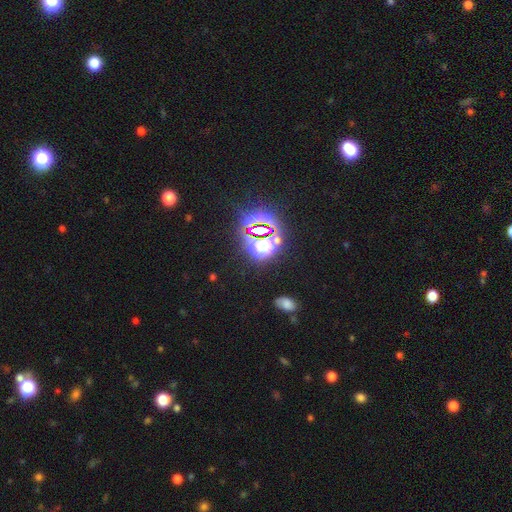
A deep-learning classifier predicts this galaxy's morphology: Smooth or featured? Predicted: star or artifact (p=0.79).